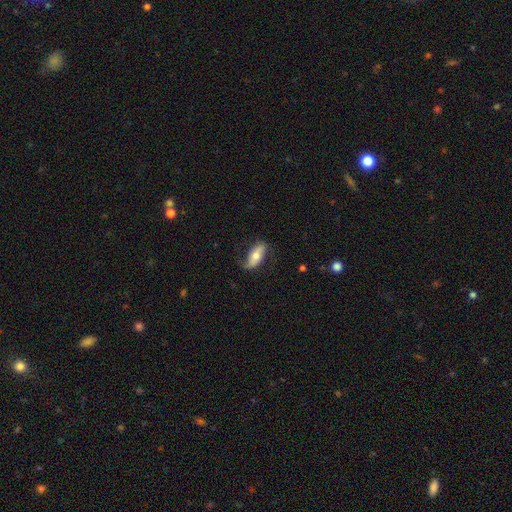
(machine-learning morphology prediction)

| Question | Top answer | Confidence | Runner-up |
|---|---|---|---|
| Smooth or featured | smooth | 48% | featured or disk (46%) |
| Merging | none | 68% | minor disturbance (22%) |